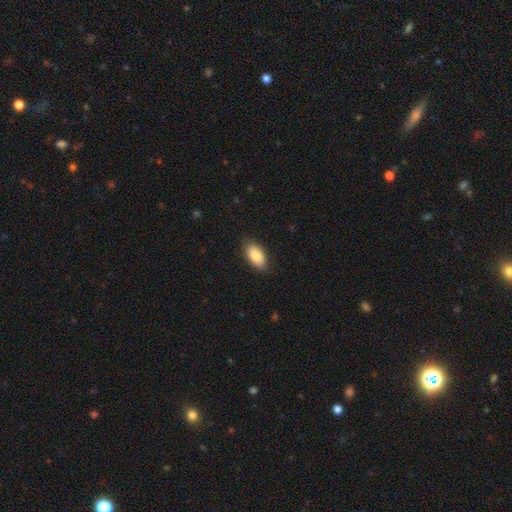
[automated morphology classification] The model was most divided on "merging": none: 84%, minor disturbance: 13%, major disturbance: 2%, merger: 1%. More confident: how rounded — in between (93%); smooth or featured — smooth (86%).